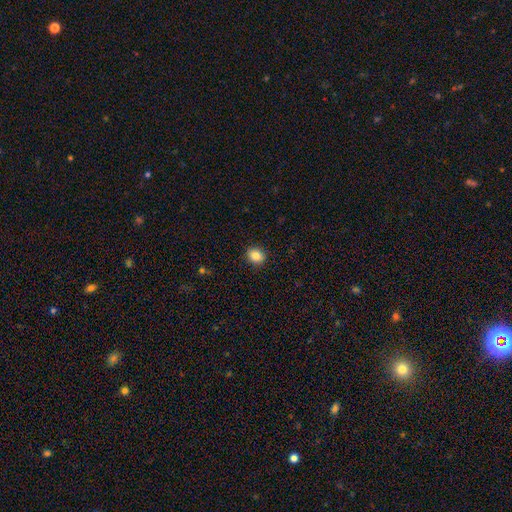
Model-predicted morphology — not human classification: smooth-or-featured: smooth: 86% | star or artifact: 10% | featured or disk: 5%
  how-rounded: round: 65% | in between: 34% | cigar-shaped: 1%
  merging: none: 90% | minor disturbance: 7% | major disturbance: 2% | merger: 1%